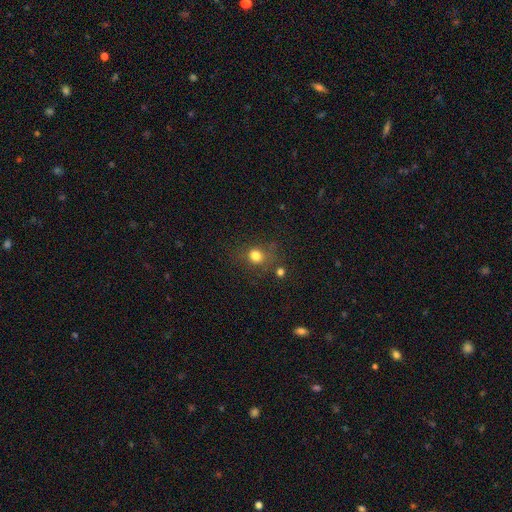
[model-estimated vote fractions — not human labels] Smooth or featured? Predicted: smooth (p=0.76). How rounded? Predicted: round (p=0.79). Merging? Predicted: none (p=0.71).